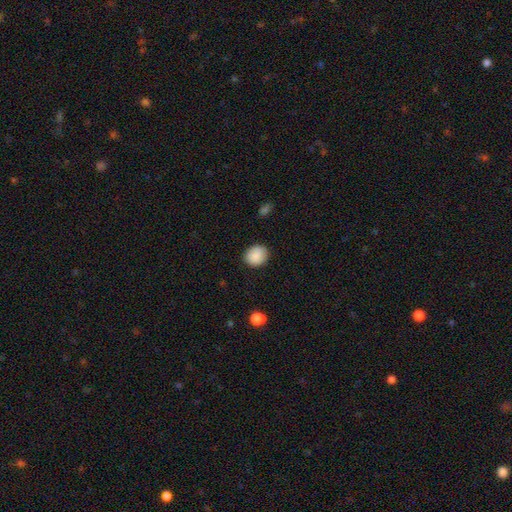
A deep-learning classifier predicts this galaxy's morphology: type=smooth (89%); roundness=round (69%); merging=none (86%).